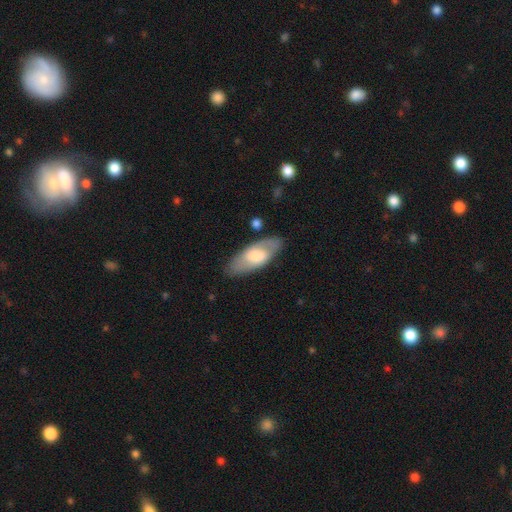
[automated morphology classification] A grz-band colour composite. It shows a smooth galaxy with no disk features (56%) that is in between round and cigar-shaped (83%). Merging: none (82%).